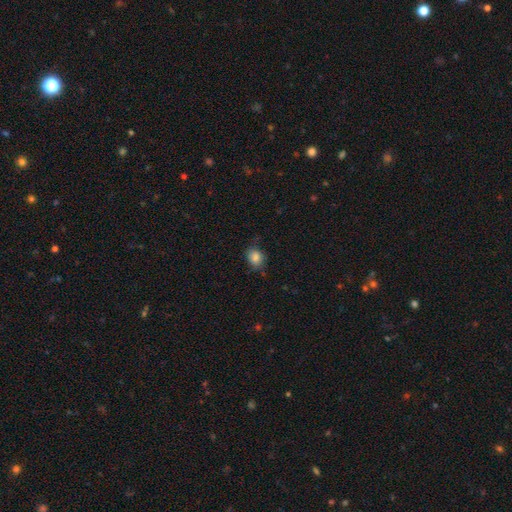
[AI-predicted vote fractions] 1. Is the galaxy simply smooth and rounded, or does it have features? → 84% smooth, 10% star or artifact, 6% featured or disk.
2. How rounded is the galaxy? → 51% in between, 48% round, 1% cigar-shaped.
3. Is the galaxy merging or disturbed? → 73% none, 21% minor disturbance, 5% major disturbance, 2% merger.